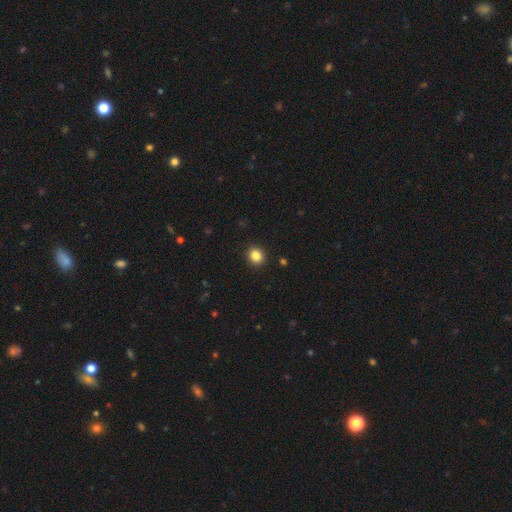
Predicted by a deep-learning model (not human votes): A smooth galaxy with no disk features (85%) that is round (81%).

Vote fractions:
- Smooth or featured? smooth: 85% / star or artifact: 11% / featured or disk: 4%
- How rounded? round: 81% / in between: 18% / cigar-shaped: 1%
- Merging? none: 92% / minor disturbance: 5% / major disturbance: 2% / merger: 1%